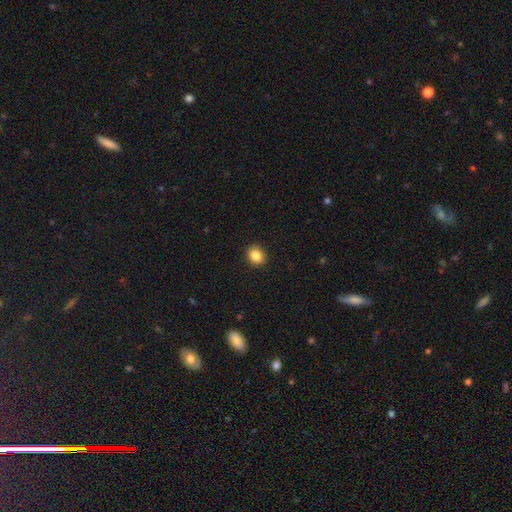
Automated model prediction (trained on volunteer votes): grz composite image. It shows a smooth galaxy with no disk features (86%) that is round (67%). Merging: none (91%).